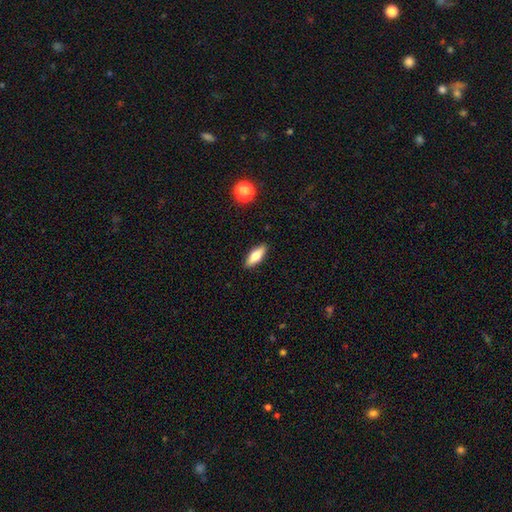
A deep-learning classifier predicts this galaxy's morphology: This appears to be a smooth galaxy with no disk features (67%) that is in between round and cigar-shaped (65%). Merging: none (89%).